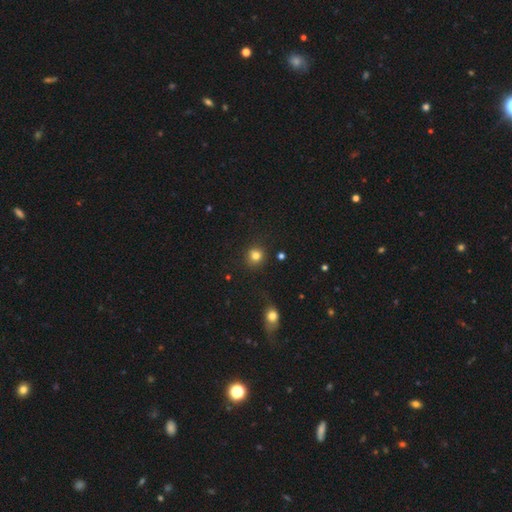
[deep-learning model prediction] A smooth galaxy with no disk features (81%) that is round (88%).

Vote fractions:
- Smooth or featured? smooth: 81% / star or artifact: 13% / featured or disk: 6%
- How rounded? round: 88% / in between: 11% / cigar-shaped: 1%
- Merging? none: 84% / minor disturbance: 9% / merger: 4% / major disturbance: 3%